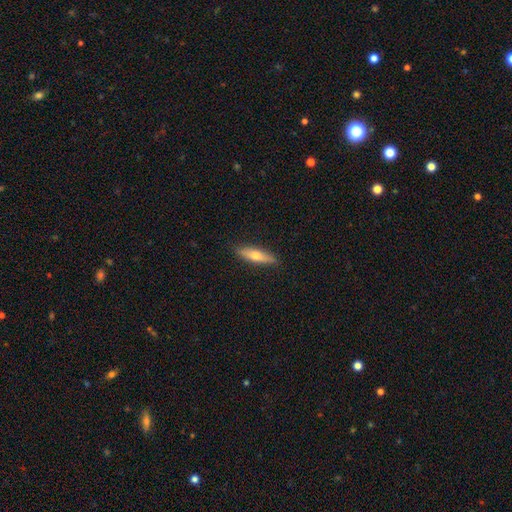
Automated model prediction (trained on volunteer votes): Overall: smooth (55%; featured or disk 39%). How rounded: cigar-shaped (68%; in between 30%). Merging: none (88%).